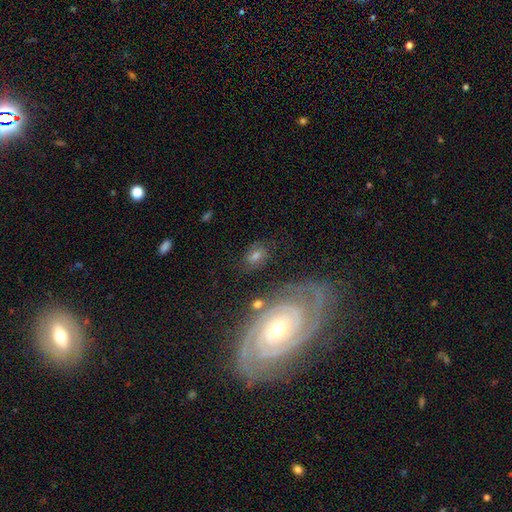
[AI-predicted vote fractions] Smooth or featured?
  - featured or disk: 48% *
  - smooth: 39%
  - star or artifact: 13%
Merging?
  - none: 68% *
  - minor disturbance: 17%
  - major disturbance: 9%
  - merger: 6%